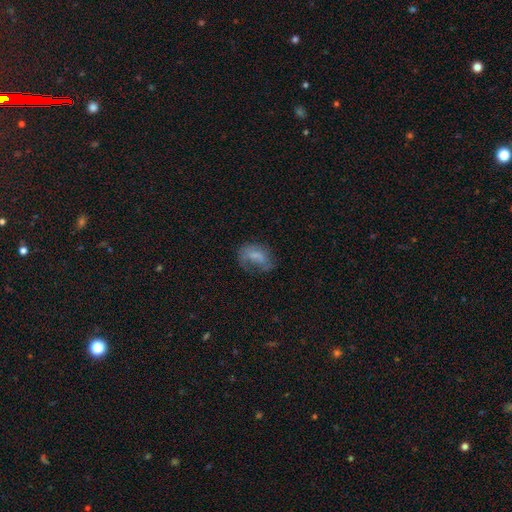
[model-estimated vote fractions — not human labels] A smooth galaxy with no disk features (55%) that is in between round and cigar-shaped (80%).

Vote fractions:
- Smooth or featured? smooth: 55% / featured or disk: 35% / star or artifact: 11%
- How rounded? in between: 80% / round: 17% / cigar-shaped: 2%
- Merging? none: 40% / major disturbance: 30% / minor disturbance: 27% / merger: 2%